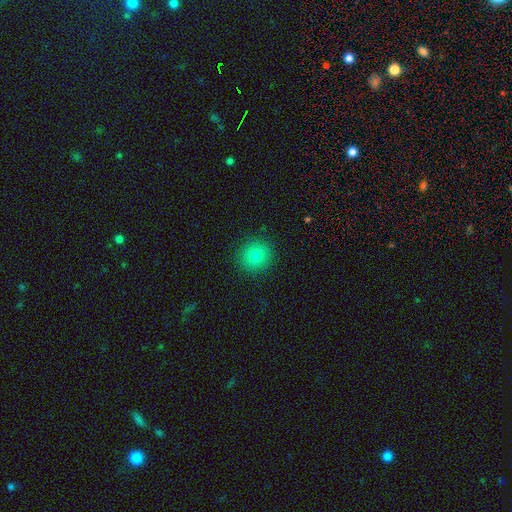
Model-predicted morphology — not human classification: This appears to be a smooth galaxy with no disk features (80%) that is round (92%). Merging: none (91%).